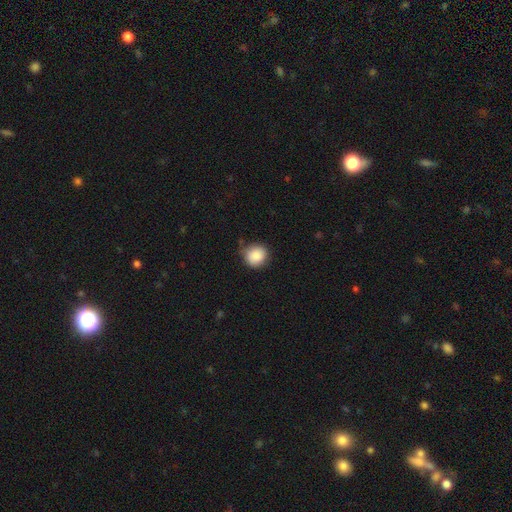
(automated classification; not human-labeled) Q: Smooth or featured?
A: smooth (88%); runner-up: star or artifact (8%)
Q: How rounded?
A: round (88%); runner-up: in between (11%)
Q: Merging?
A: none (76%); runner-up: minor disturbance (18%)